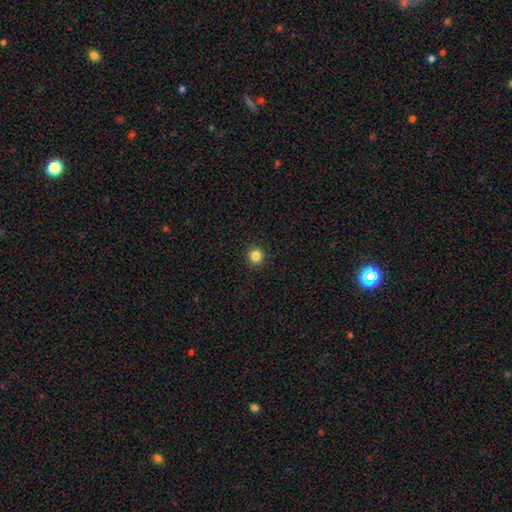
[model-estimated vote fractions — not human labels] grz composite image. It shows a smooth galaxy with no disk features (84%) that is round (95%). Merging: none (93%).